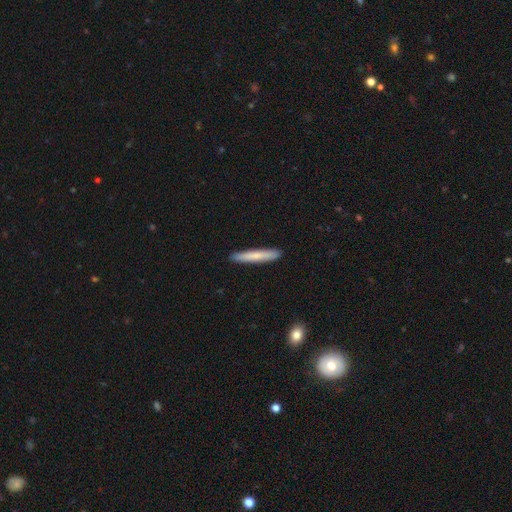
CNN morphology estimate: Smooth or featured?
  - smooth: 75% *
  - featured or disk: 19%
  - star or artifact: 5%
How rounded?
  - cigar-shaped: 94% *
  - in between: 4%
  - round: 1%
Merging?
  - none: 91% *
  - minor disturbance: 7%
  - major disturbance: 1%
  - merger: 1%